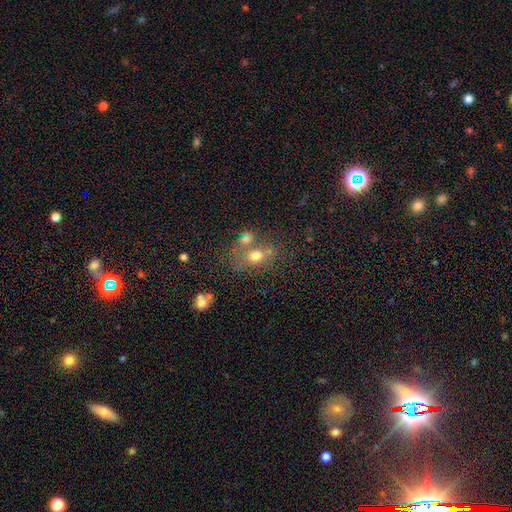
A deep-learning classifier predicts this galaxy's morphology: type=smooth (67%); roundness=round (53%); merging=none (44%).